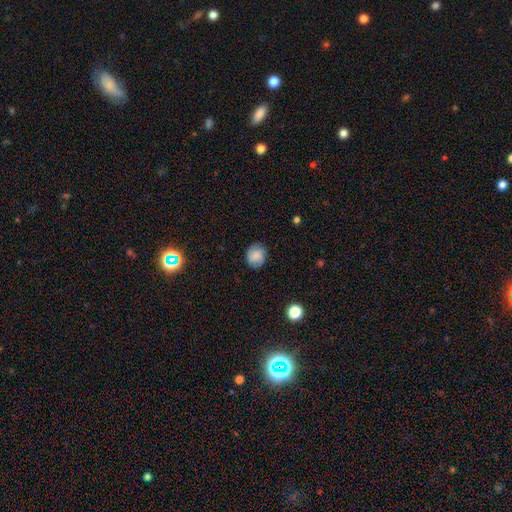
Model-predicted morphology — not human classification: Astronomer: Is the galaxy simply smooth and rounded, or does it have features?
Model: smooth — 80%.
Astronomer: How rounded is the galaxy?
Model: round — 79%.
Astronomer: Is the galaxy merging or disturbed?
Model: none — 83%.